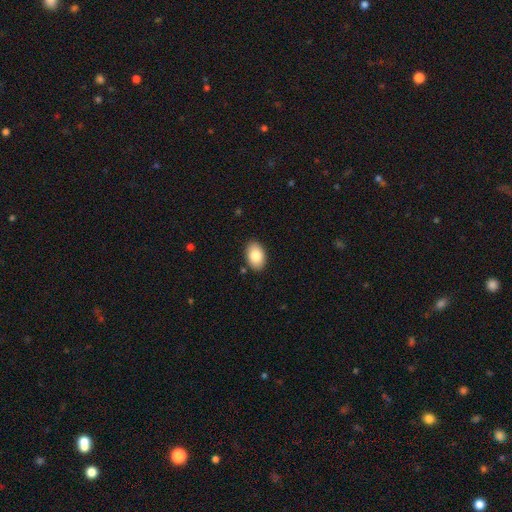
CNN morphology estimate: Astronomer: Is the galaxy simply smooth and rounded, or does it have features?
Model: smooth — 83%.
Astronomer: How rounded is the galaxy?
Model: in between — 89%.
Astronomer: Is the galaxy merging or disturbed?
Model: none — 88%.